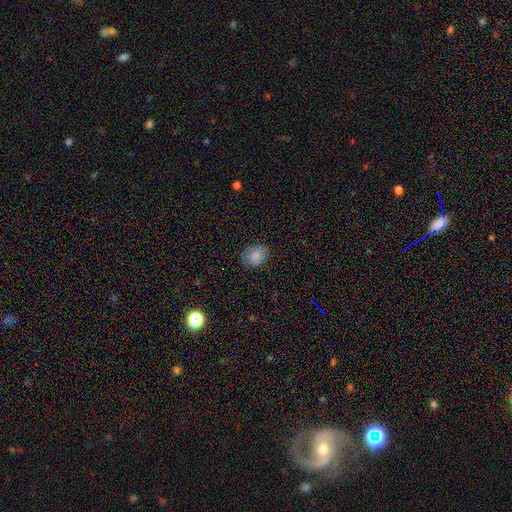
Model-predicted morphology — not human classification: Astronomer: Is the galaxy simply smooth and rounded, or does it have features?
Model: smooth — 85%.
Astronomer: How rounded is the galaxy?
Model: round — 53% (runner-up: in between, 46%).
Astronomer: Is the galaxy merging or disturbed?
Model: none — 84%.